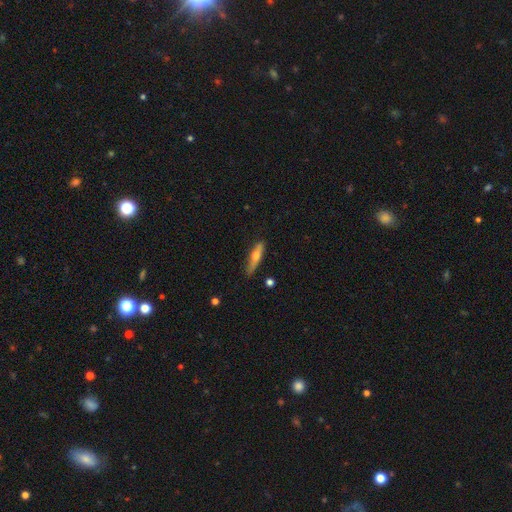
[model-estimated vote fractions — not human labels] The model was most divided on "smooth or featured": smooth: 50%, featured or disk: 44%, star or artifact: 6%. More confident: merging — none (79%).